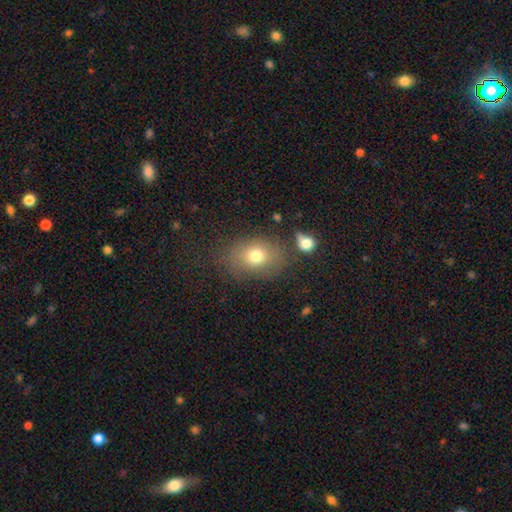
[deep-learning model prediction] Smooth or featured?
  - smooth: 74% *
  - star or artifact: 13%
  - featured or disk: 13%
How rounded?
  - in between: 54% *
  - round: 45%
  - cigar-shaped: 1%
Merging?
  - none: 69% *
  - minor disturbance: 16%
  - major disturbance: 8%
  - merger: 7%